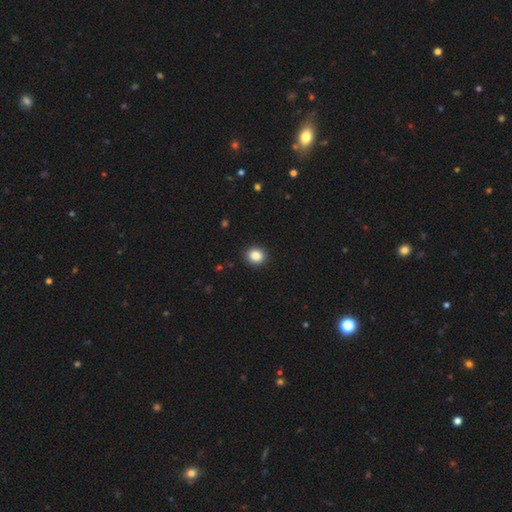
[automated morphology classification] smooth 87%, star or artifact 10%, featured or disk 3%. Down the decision tree: how rounded — round (80%); merging — none (91%).